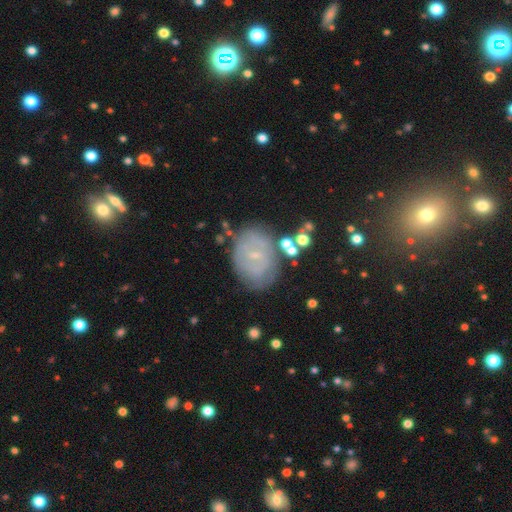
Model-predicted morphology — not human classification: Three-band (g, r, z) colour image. It shows a featured or disk galaxy (57%) with a weak bar (46%), spiral arms (65%) and a small central bulge (81%). Merging: none (73%).